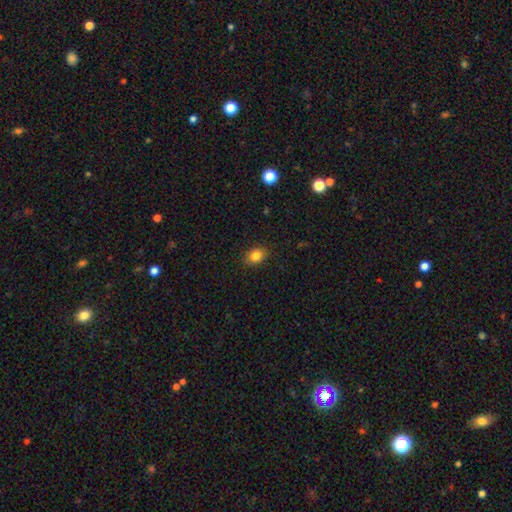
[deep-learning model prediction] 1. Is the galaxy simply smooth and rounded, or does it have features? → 83% smooth, 10% star or artifact, 6% featured or disk.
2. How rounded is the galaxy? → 62% in between, 37% round, 1% cigar-shaped.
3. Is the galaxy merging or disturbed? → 89% none, 8% minor disturbance, 2% major disturbance, 1% merger.